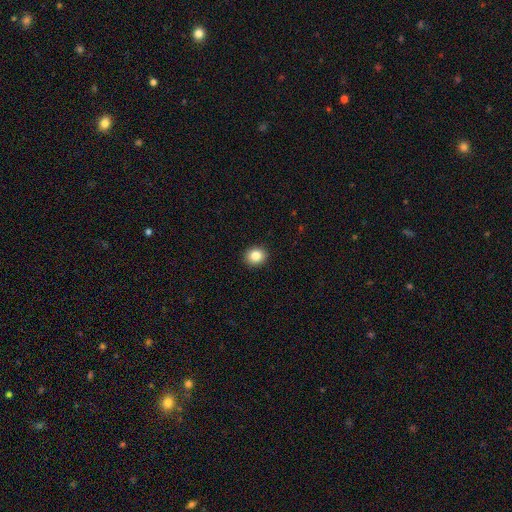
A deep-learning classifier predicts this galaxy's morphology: A smooth galaxy with no disk features (85%) that is round (73%). Merging: none (92%).